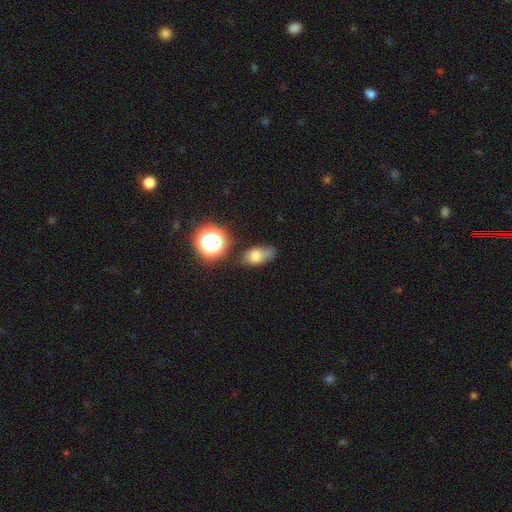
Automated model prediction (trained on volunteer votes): Smooth or featured? Predicted: smooth (p=0.69). How rounded? Predicted: in between (p=0.77). Merging? Predicted: none (p=0.47).